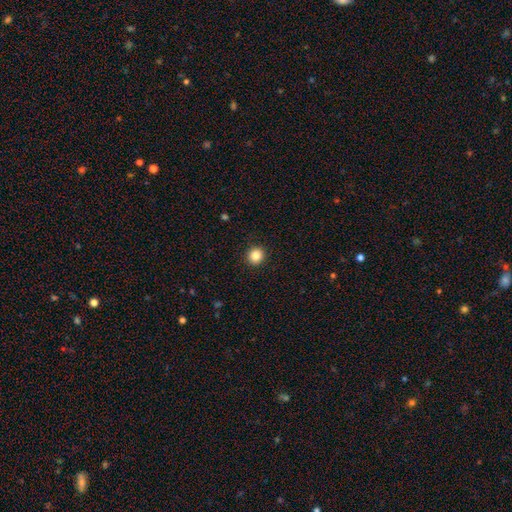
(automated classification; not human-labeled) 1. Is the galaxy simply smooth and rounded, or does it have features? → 85% smooth, 10% star or artifact, 4% featured or disk.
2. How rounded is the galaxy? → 90% round, 9% in between, 1% cigar-shaped.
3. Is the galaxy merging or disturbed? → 93% none, 5% minor disturbance, 2% major disturbance, 1% merger.